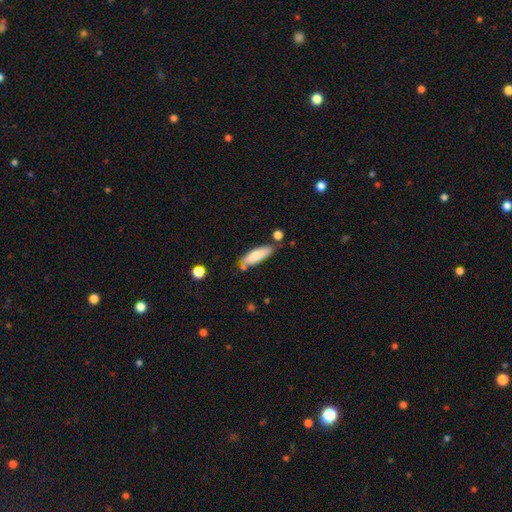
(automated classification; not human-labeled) Q: Smooth or featured?
A: smooth (80%); runner-up: featured or disk (14%)
Q: How rounded?
A: cigar-shaped (52%); runner-up: in between (46%)
Q: Merging?
A: none (70%); runner-up: minor disturbance (17%)